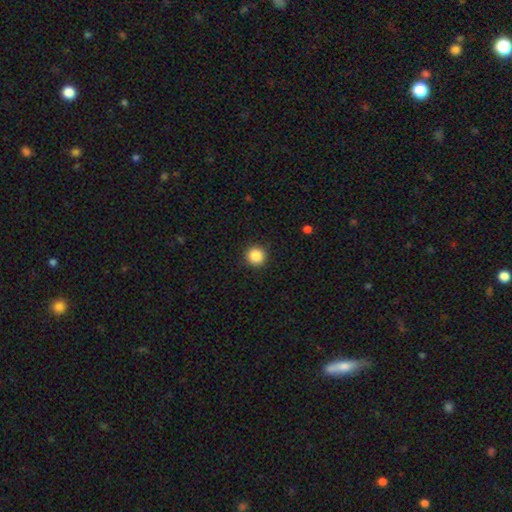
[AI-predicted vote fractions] Smooth or featured? Predicted: smooth (p=0.87). How rounded? Predicted: round (p=0.94). Merging? Predicted: none (p=0.92).